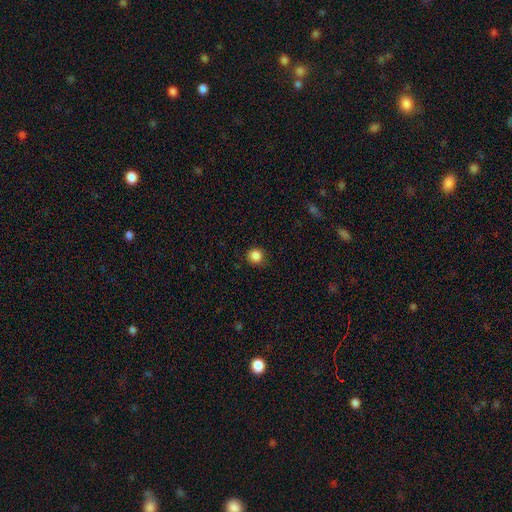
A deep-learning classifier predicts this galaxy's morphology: type=smooth (86%); roundness=round (94%); merging=none (90%).